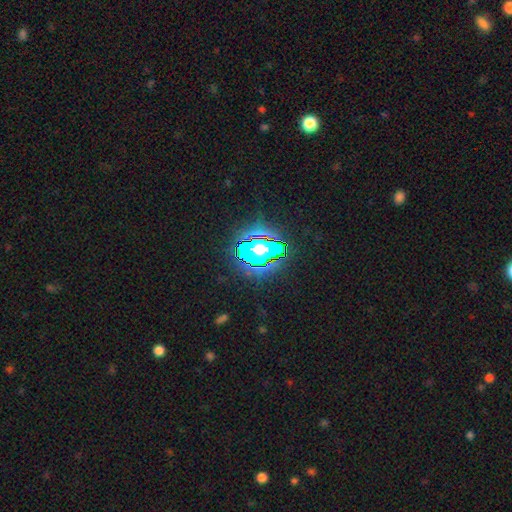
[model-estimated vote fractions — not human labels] A star or artifact, not a galaxy (81%).